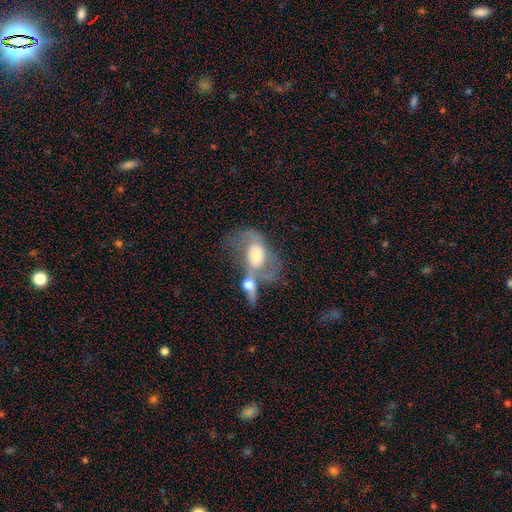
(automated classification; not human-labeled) Smooth or featured?
  - featured or disk: 70% *
  - smooth: 23%
  - star or artifact: 7%
Edge-on disk?
  - no: 94% *
  - yes: 6%
Bar?
  - no: 60% *
  - weak: 31%
  - strong: 9%
Spiral arms?
  - yes: 83% *
  - no: 17%
Spiral winding?
  - loose: 51% *
  - medium: 37%
  - tight: 12%
Spiral arm count?
  - 2: 81% *
  - can't tell: 9%
  - 1: 6%
  - 3: 2%
  - 4: 1%
  - more than 4: 1%
Bulge size?
  - moderate: 57% *
  - small: 20%
  - large: 18%
  - none: 3%
  - dominant: 2%
Merging?
  - merger: 54% *
  - none: 20%
  - major disturbance: 15%
  - minor disturbance: 10%